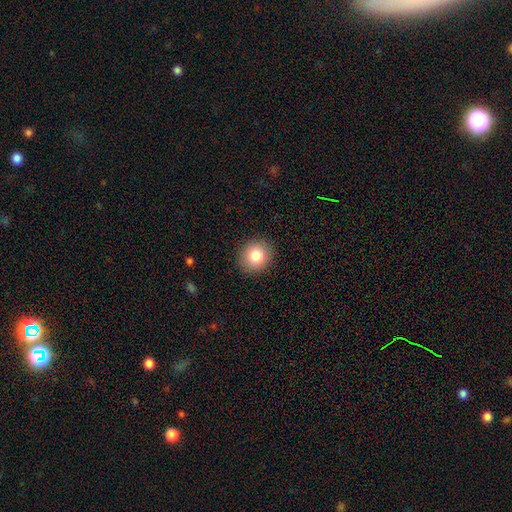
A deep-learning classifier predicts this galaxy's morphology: type=smooth (84%); roundness=round (85%); merging=none (91%).